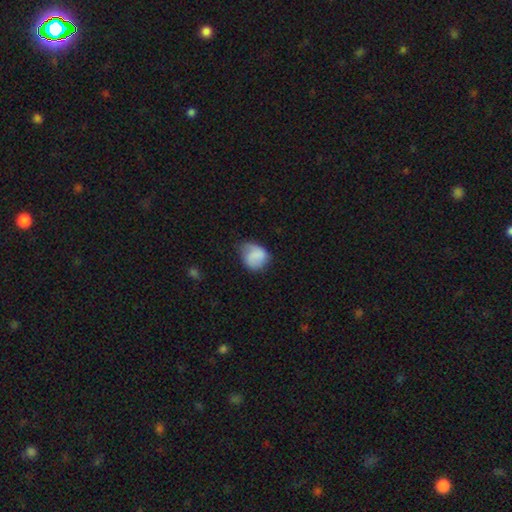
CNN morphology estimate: Q: Smooth or featured?
A: smooth (73%); runner-up: featured or disk (19%)
Q: How rounded?
A: round (60%); runner-up: in between (39%)
Q: Merging?
A: none (45%); runner-up: minor disturbance (39%)